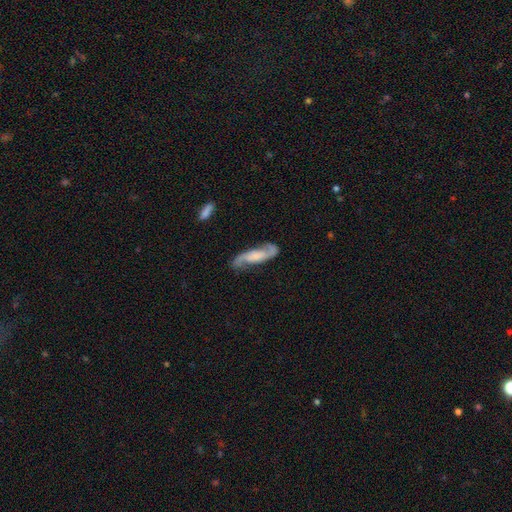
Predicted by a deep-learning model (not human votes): Morphology: type=featured or disk (76%); edge-on=no (86%); bar=no (49%); spiral arms=yes (95%); winding=loose (49%); arm count=2 (90%); bulge=none (35%); merging=none (74%).